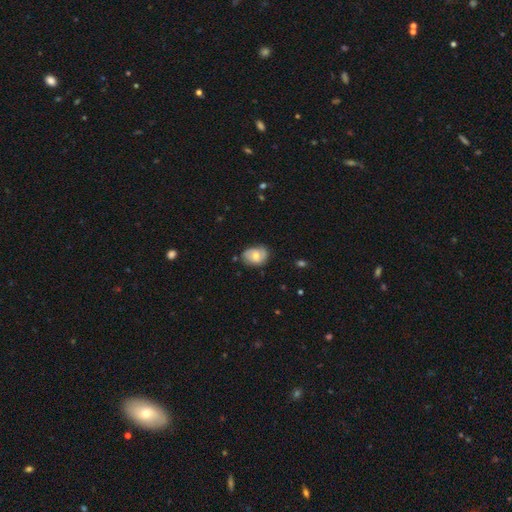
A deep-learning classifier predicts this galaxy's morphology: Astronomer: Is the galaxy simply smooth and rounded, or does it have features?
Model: smooth — 47% (runner-up: featured or disk, 46%).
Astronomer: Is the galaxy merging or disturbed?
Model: none — 69%.